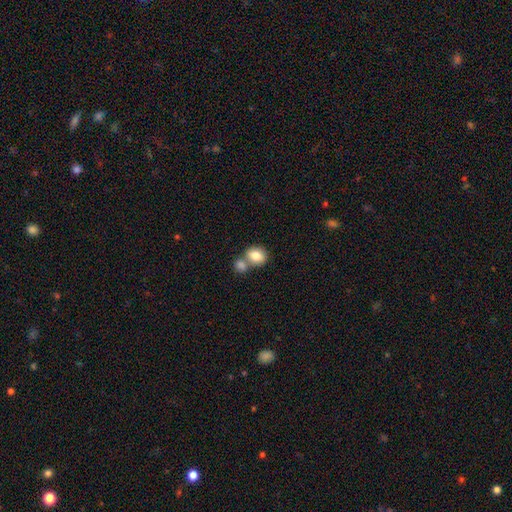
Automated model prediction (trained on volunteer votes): Q: Smooth or featured?
A: smooth (82%); runner-up: featured or disk (10%)
Q: How rounded?
A: round (58%); runner-up: in between (41%)
Q: Merging?
A: merger (45%); runner-up: none (43%)